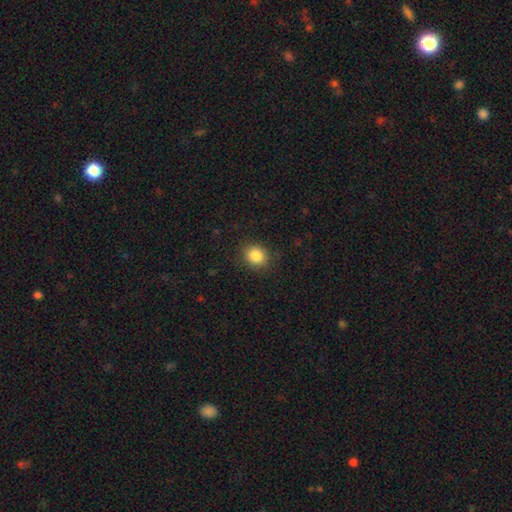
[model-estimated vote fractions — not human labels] A smooth galaxy with no disk features (85%) that is round (70%). Merging: none (87%).